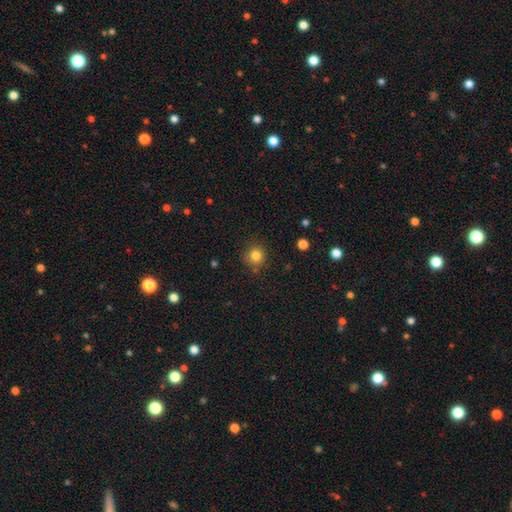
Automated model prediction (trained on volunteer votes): Smooth or featured? smooth (82%)
How rounded? round (92%)
Merging? none (82%)